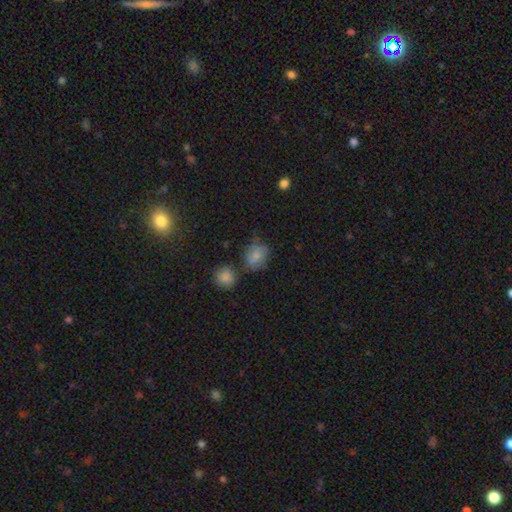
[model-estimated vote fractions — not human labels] Smooth or featured: smooth — 76% (featured or disk — 14%)
How rounded: round — 58% (in between — 41%)
Merging: none — 50% (minor disturbance — 25%)